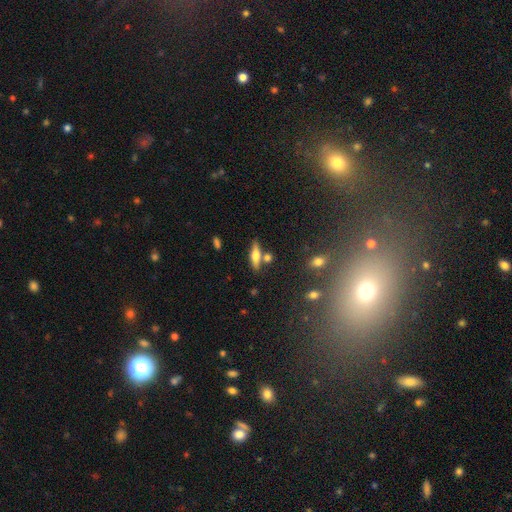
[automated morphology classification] Smooth or featured: smooth — 52% (featured or disk — 40%)
How rounded: cigar-shaped — 59% (in between — 38%)
Merging: none — 70% (merger — 15%)